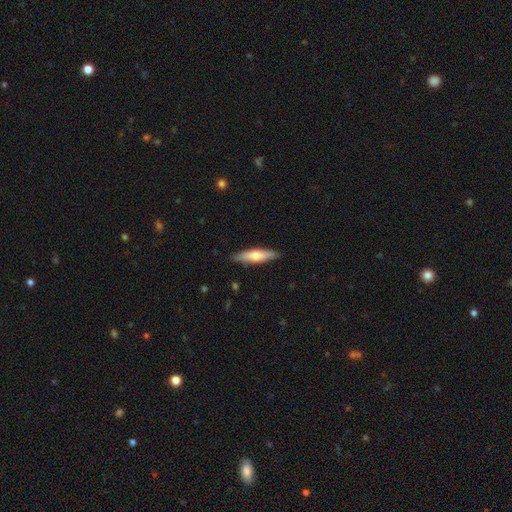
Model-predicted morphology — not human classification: Smooth or featured: smooth — 60% (featured or disk — 35%)
How rounded: cigar-shaped — 74% (in between — 24%)
Merging: none — 88% (minor disturbance — 9%)